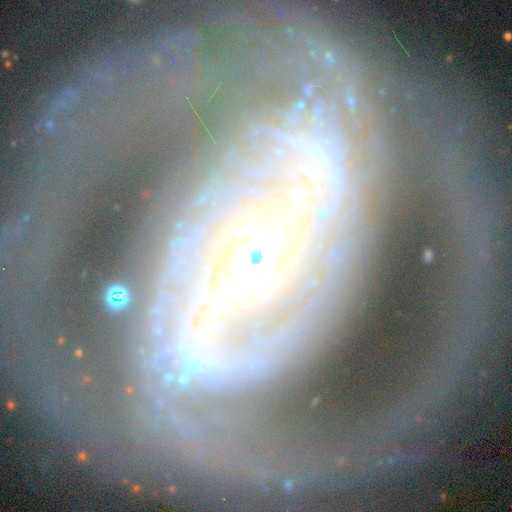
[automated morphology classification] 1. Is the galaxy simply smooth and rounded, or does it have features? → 87% featured or disk, 7% star or artifact, 6% smooth.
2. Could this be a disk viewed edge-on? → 94% no, 6% yes.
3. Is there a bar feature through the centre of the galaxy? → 35% weak, 33% strong, 32% no.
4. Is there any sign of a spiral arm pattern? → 87% yes, 13% no.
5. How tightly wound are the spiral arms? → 46% tight, 33% medium, 21% loose.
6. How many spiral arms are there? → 37% 2, 22% can't tell, 12% 3, 10% more than 4, 10% 4, 9% 1.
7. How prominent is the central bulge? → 59% moderate, 25% small, 10% large, 3% none, 2% dominant.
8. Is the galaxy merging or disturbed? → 52% none, 22% major disturbance, 19% minor disturbance, 7% merger.